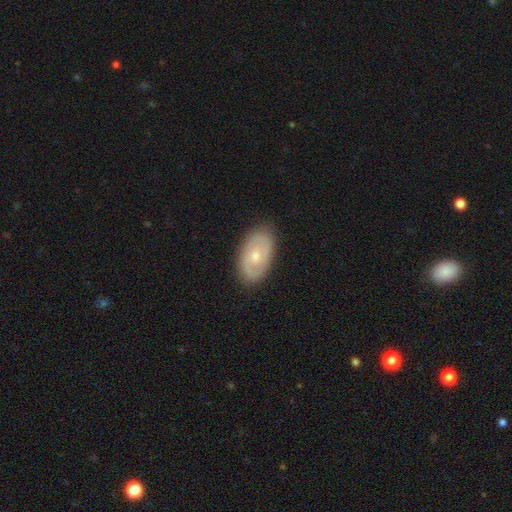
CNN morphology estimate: Q: Smooth or featured?
A: featured or disk (61%); runner-up: smooth (34%)
Q: Edge-on disk?
A: no (93%); runner-up: yes (7%)
Q: Bar?
A: no (72%); runner-up: weak (24%)
Q: Spiral arms?
A: yes (63%); runner-up: no (37%)
Q: Bulge size?
A: moderate (50%); runner-up: small (46%)
Q: Merging?
A: none (83%); runner-up: minor disturbance (13%)